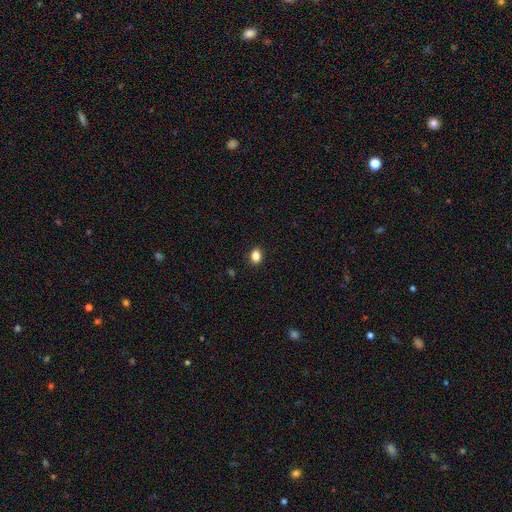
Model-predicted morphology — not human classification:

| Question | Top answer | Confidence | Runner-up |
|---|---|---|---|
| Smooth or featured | smooth | 86% | star or artifact (10%) |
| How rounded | in between | 70% | round (29%) |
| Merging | none | 89% | minor disturbance (8%) |